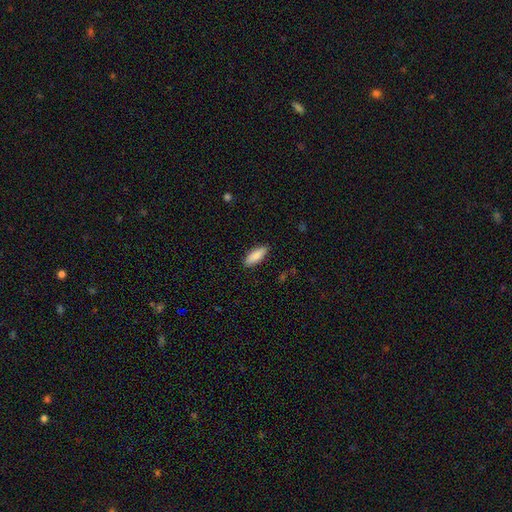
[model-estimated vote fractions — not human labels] Smooth or featured: smooth — 86% (featured or disk — 8%)
How rounded: in between — 60% (cigar-shaped — 38%)
Merging: none — 87% (minor disturbance — 10%)